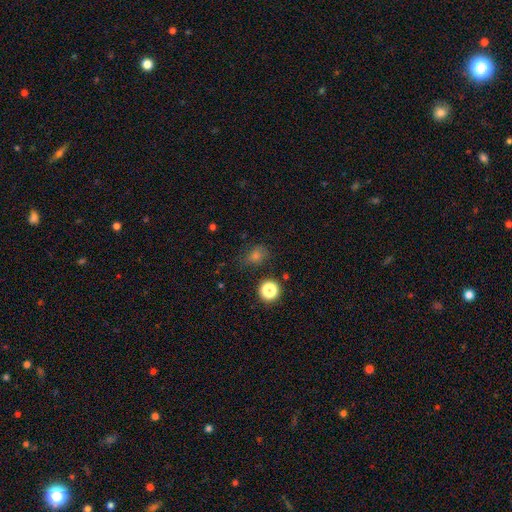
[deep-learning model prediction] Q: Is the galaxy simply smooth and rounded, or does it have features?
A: smooth — 66%.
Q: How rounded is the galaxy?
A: round — 54%.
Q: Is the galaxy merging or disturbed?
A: none — 72%.